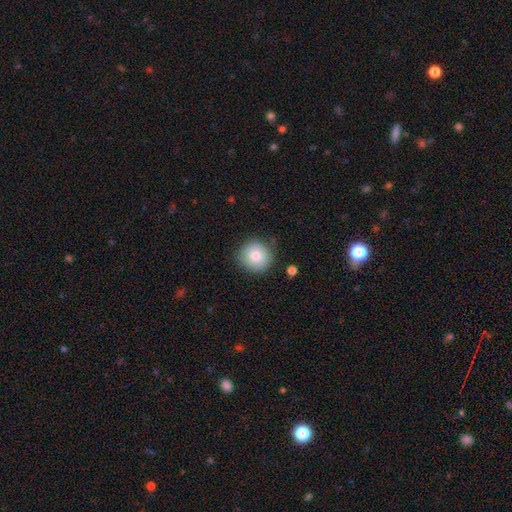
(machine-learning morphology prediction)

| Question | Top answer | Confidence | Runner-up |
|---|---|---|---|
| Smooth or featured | smooth | 81% | featured or disk (11%) |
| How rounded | round | 92% | in between (7%) |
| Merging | none | 84% | minor disturbance (11%) |